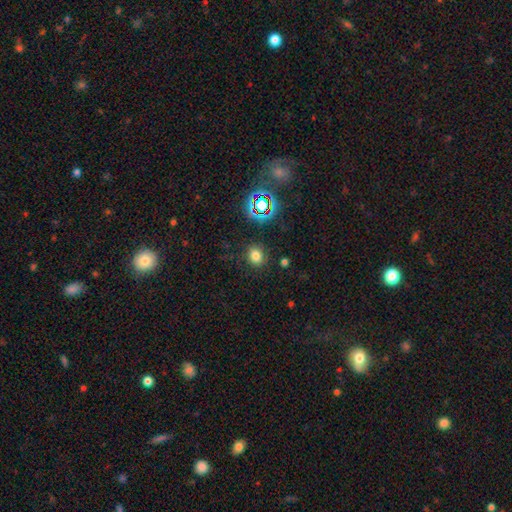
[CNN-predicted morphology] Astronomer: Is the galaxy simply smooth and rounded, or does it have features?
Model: smooth — 73%.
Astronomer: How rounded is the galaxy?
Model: round — 54% (runner-up: in between, 45%).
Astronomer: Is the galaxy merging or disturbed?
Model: none — 85%.